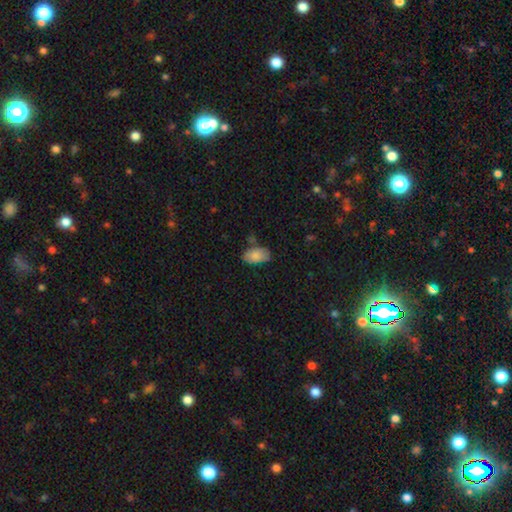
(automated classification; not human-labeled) smooth-or-featured: smooth: 84% | featured or disk: 9% | star or artifact: 7%
  how-rounded: in between: 93% | round: 6% | cigar-shaped: 1%
  merging: none: 66% | minor disturbance: 23% | merger: 7% | major disturbance: 5%